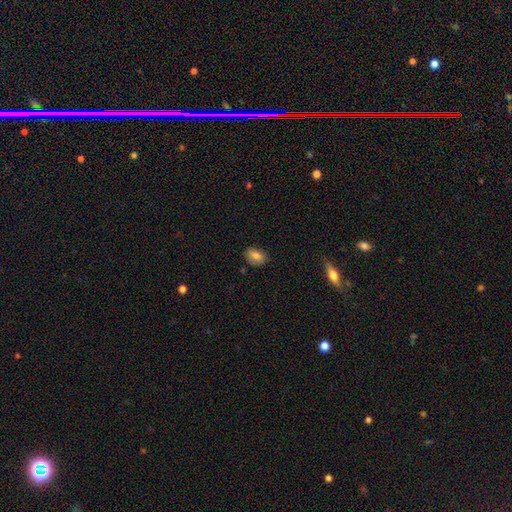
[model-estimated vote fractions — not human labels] A smooth galaxy with no disk features (80%) that is in between round and cigar-shaped (84%). Merging: none (79%).